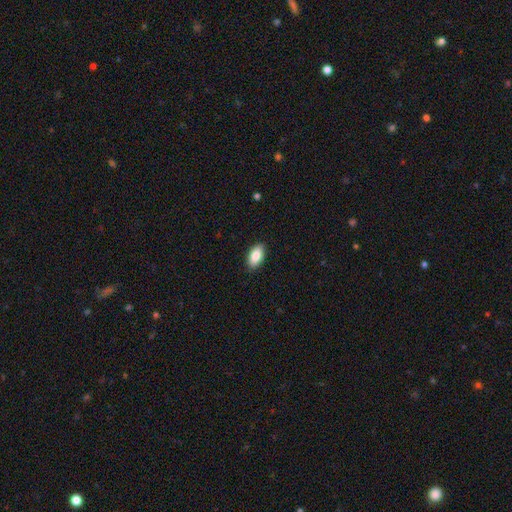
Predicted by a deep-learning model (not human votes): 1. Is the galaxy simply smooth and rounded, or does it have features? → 85% smooth, 8% featured or disk, 7% star or artifact.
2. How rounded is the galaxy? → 93% in between, 4% cigar-shaped, 3% round.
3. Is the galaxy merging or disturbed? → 88% none, 9% minor disturbance, 2% major disturbance, 1% merger.